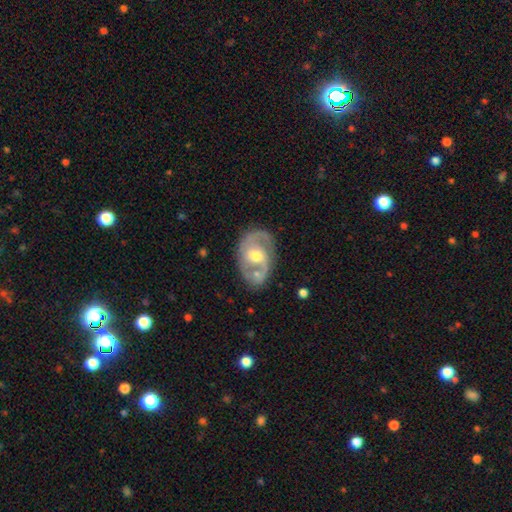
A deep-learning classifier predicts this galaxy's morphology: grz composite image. It shows a featured or disk galaxy (80%) with no bar (52%), 2 (77%) medium (48%) spiral arms (84%) and a moderate central bulge (72%). Merging: none (67%).